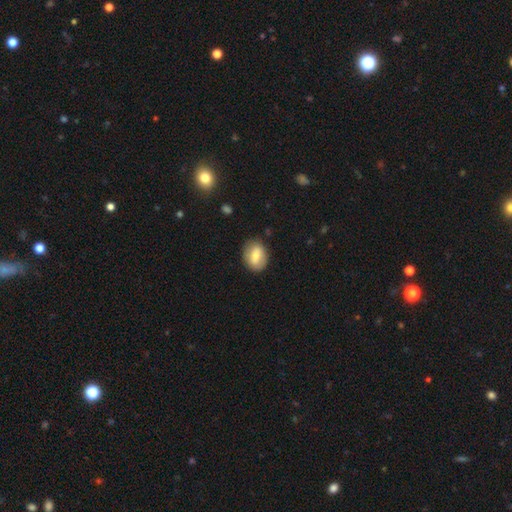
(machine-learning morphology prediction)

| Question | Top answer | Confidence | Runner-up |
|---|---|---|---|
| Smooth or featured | smooth | 71% | featured or disk (22%) |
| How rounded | in between | 69% | round (29%) |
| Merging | none | 83% | minor disturbance (13%) |